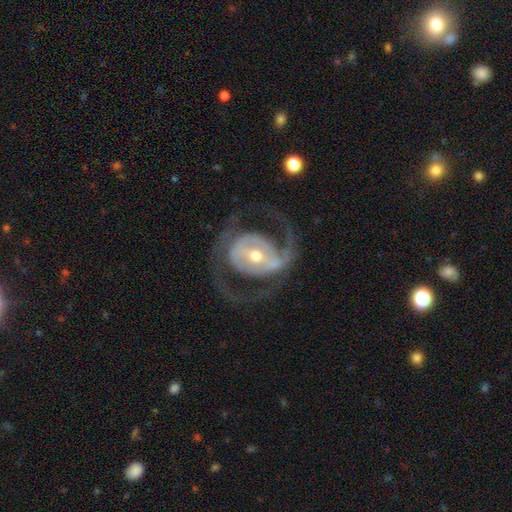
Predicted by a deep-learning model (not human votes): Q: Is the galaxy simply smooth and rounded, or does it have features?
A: featured or disk — 88%.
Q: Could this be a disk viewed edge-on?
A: no — 97%.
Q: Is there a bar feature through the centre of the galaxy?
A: strong — 37%, tied with weak.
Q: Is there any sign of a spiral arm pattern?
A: yes — 89%.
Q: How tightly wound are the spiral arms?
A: medium — 53%.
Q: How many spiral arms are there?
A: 2 — 85%.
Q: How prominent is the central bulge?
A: moderate — 57%.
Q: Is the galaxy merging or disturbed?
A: none — 65%.